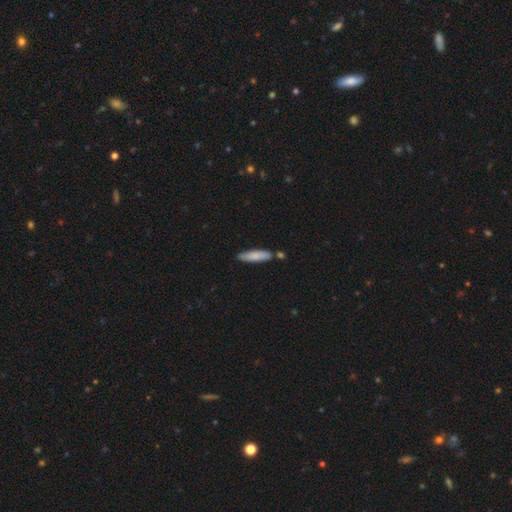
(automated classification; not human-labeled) A smooth galaxy with no disk features (81%) that is cigar-shaped (73%).

Vote fractions:
- Smooth or featured? smooth: 81% / featured or disk: 14% / star or artifact: 6%
- How rounded? cigar-shaped: 73% / in between: 26% / round: 1%
- Merging? none: 77% / minor disturbance: 13% / merger: 8% / major disturbance: 2%